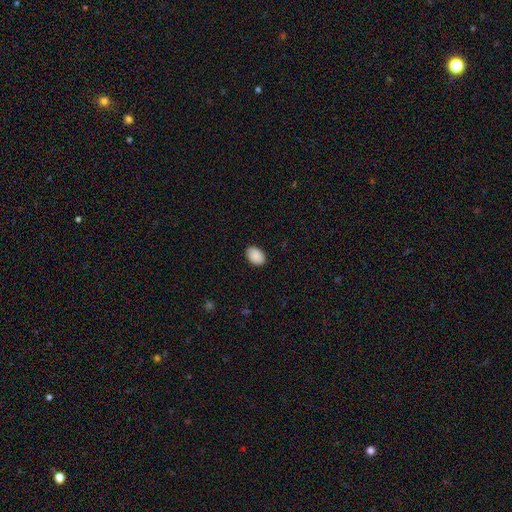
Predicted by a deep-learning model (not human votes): A smooth galaxy with no disk features (91%) that is in between round and cigar-shaped (86%).

Vote fractions:
- Smooth or featured? smooth: 91% / star or artifact: 7% / featured or disk: 3%
- How rounded? in between: 86% / round: 13% / cigar-shaped: 1%
- Merging? none: 89% / minor disturbance: 8% / major disturbance: 2% / merger: 1%